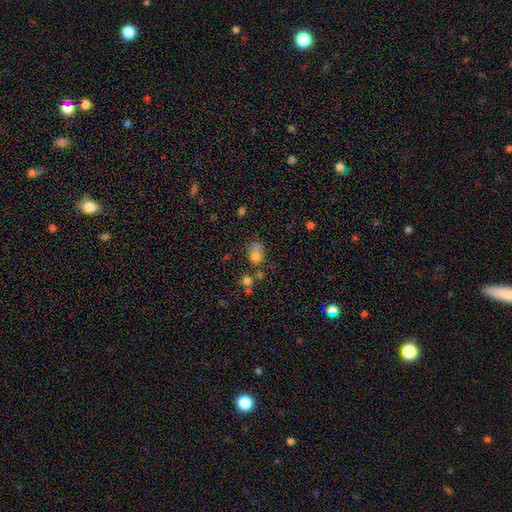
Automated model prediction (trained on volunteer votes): smooth-or-featured: smooth: 73% | star or artifact: 16% | featured or disk: 11%
  how-rounded: in between: 55% | round: 43% | cigar-shaped: 2%
  merging: none: 38% | merger: 26% | minor disturbance: 21% | major disturbance: 14%